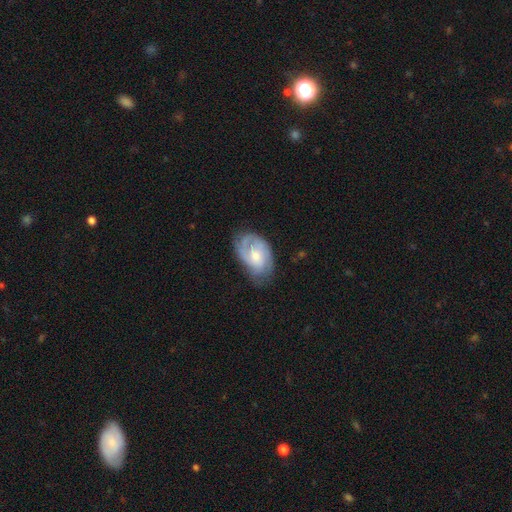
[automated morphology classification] The model was most divided on "spiral arm count": 2: 33%, can't tell: 32%, 3: 21%, 1: 6%, 4: 5%, more than 4: 3%. More confident: edge-on disk — no (96%); spiral arms — yes (91%); smooth or featured — featured or disk (71%); bar — no (65%); merging — none (64%); spiral winding — tight (54%); bulge size — moderate (52%).